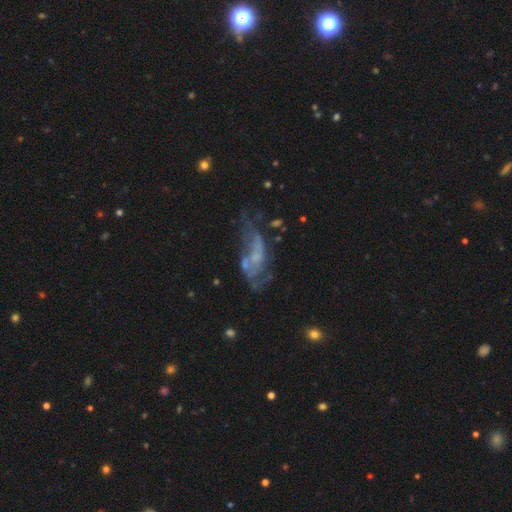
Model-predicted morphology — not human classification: This is likely a featured or disk galaxy (64%). It is clearly not viewed edge-on (91%). Bar: likely no (73%). Spiral arm pattern: possibly no (53%). Central bulge: marginally small (40%). Merging: marginally major disturbance (34%).